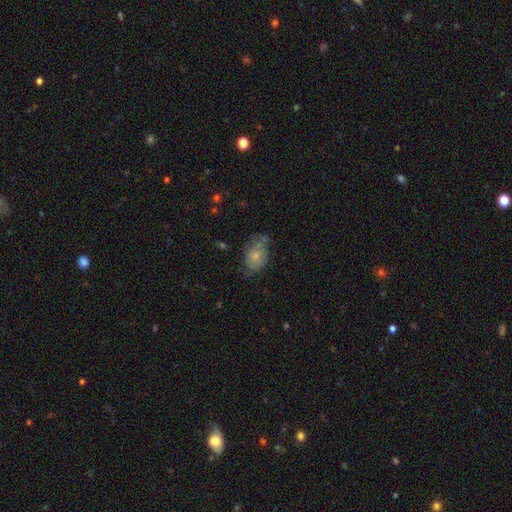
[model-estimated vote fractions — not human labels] This appears to be a smooth galaxy with no disk features (67%) that is in between round and cigar-shaped (81%). Merging: none (46%).